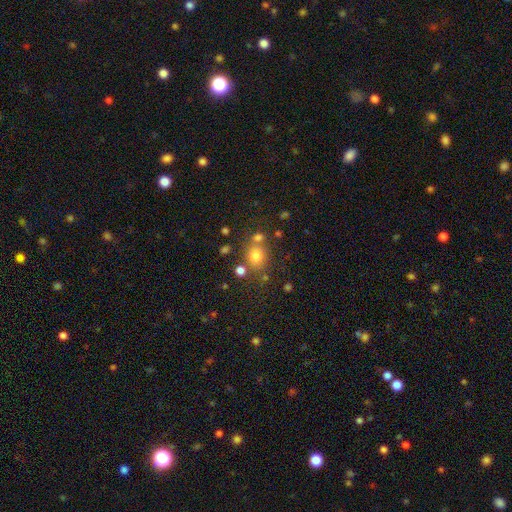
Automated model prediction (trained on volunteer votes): This is likely a smooth galaxy (76%). How rounded: likely round (68%). Merging: likely none (65%).